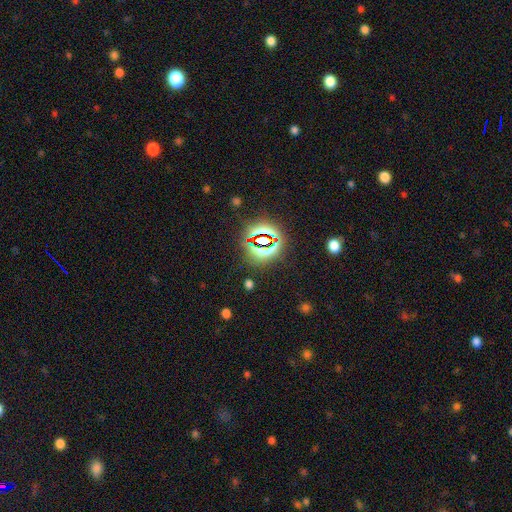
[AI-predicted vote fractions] A star or artifact, not a galaxy (81%).